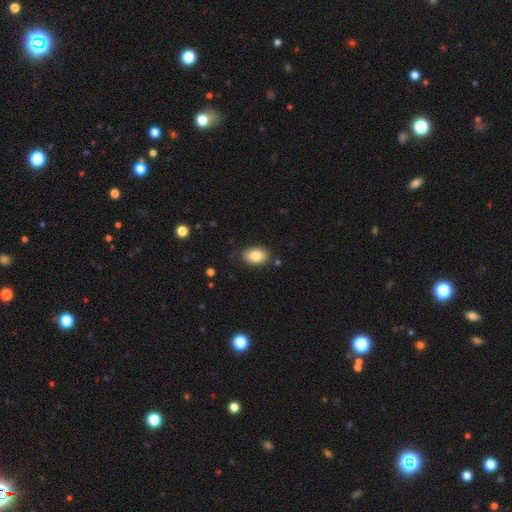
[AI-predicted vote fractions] Smooth or featured? smooth (85%)
How rounded? in between (85%)
Merging? none (82%)